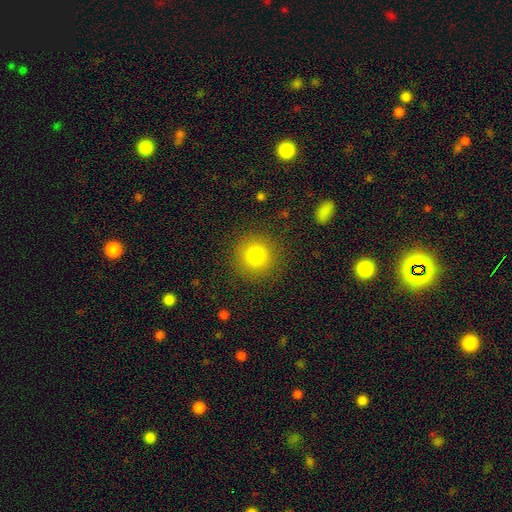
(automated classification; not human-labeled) smooth-or-featured: smooth: 80% | star or artifact: 12% | featured or disk: 8%
  how-rounded: round: 94% | in between: 5% | cigar-shaped: 1%
  merging: none: 89% | minor disturbance: 7% | major disturbance: 3% | merger: 1%